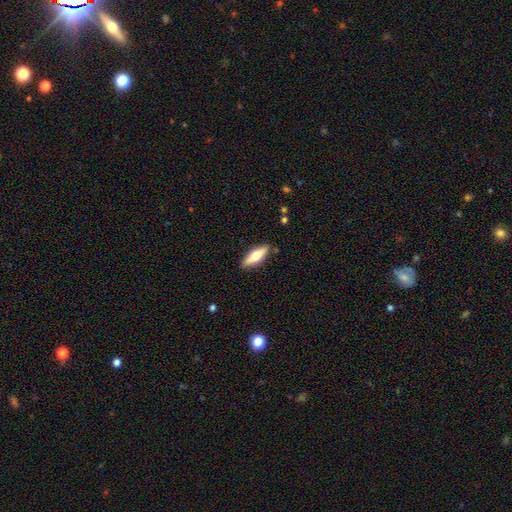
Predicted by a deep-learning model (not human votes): Smooth or featured: smooth — 48% (featured or disk — 46%)
Merging: none — 88% (minor disturbance — 9%)